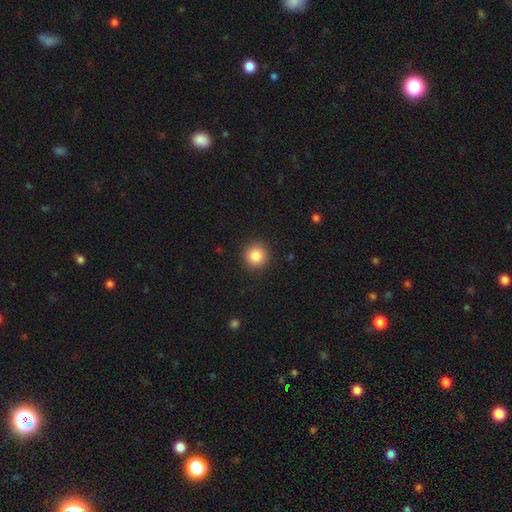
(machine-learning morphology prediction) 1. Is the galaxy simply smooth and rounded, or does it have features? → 85% smooth, 9% star or artifact, 5% featured or disk.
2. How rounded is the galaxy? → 95% round, 5% in between, 1% cigar-shaped.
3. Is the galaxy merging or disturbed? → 92% none, 6% minor disturbance, 2% major disturbance, 1% merger.